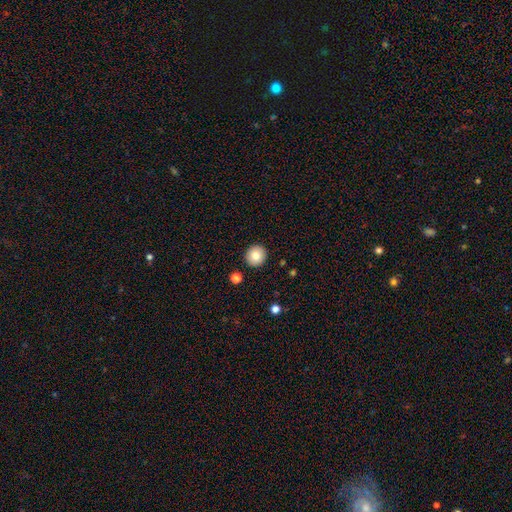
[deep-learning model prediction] Smooth or featured: smooth — 82% (featured or disk — 9%)
How rounded: round — 93% (in between — 6%)
Merging: none — 92% (minor disturbance — 5%)